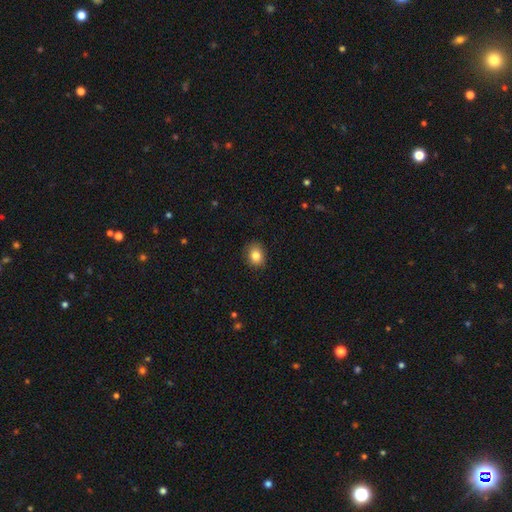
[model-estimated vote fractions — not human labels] The model was most divided on "how rounded": round: 57%, in between: 42%, cigar-shaped: 1%. More confident: merging — none (87%); smooth or featured — smooth (83%).